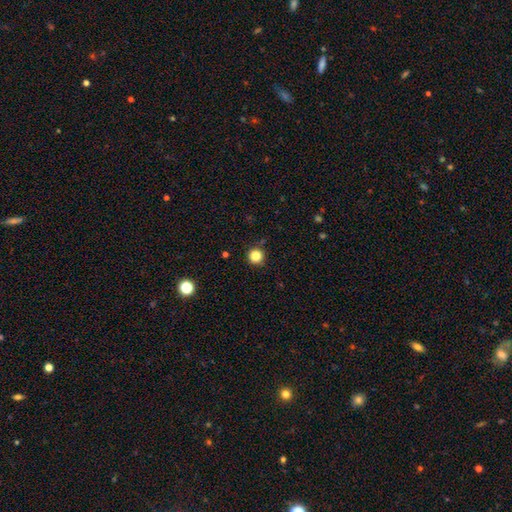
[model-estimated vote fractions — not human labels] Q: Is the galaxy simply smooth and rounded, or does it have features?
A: smooth — 84%.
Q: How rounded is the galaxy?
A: round — 95%.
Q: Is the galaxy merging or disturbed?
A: none — 90%.